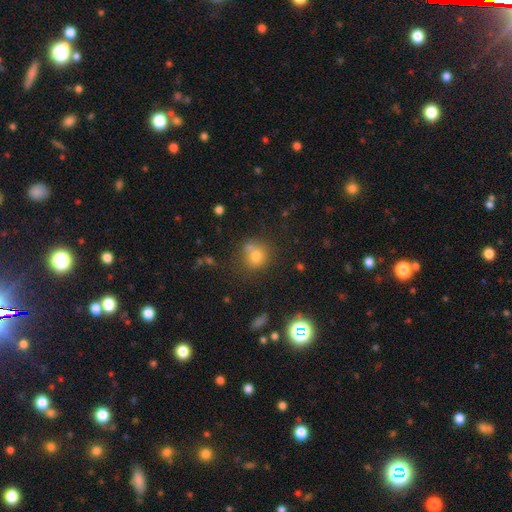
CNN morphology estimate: Smooth or featured? Predicted: smooth (p=0.72). How rounded? Predicted: round (p=0.82). Merging? Predicted: none (p=0.57).